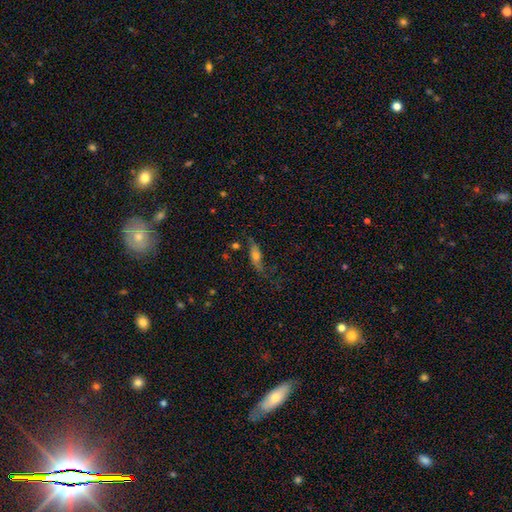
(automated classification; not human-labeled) smooth_or_featured: smooth (p=0.49) [alt: featured or disk p=0.42]
merging: none (p=0.49) [alt: minor disturbance p=0.27]